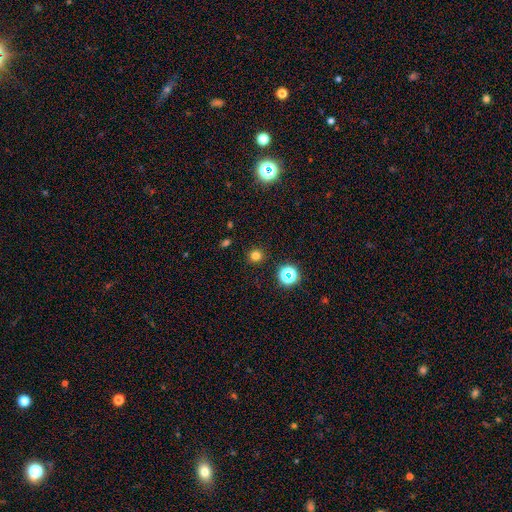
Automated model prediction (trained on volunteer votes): A smooth galaxy with no disk features (75%) that is round (94%).

Vote fractions:
- Smooth or featured? smooth: 75% / star or artifact: 20% / featured or disk: 5%
- How rounded? round: 94% / in between: 5% / cigar-shaped: 1%
- Merging? none: 91% / minor disturbance: 5% / major disturbance: 2% / merger: 1%